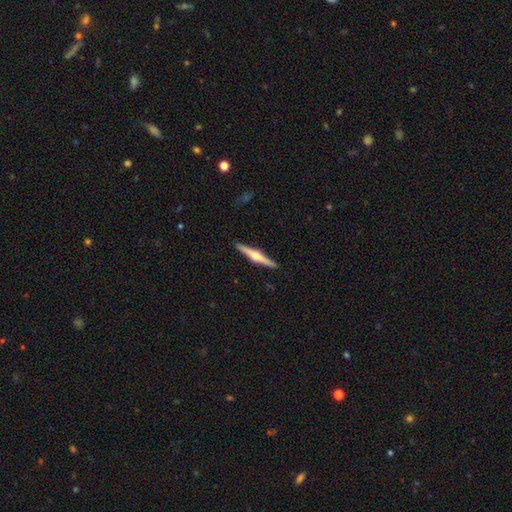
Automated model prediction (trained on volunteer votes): This appears to be a featured or disk galaxy (71%) viewed edge-on (98%) with a rounded central bulge (90%). Merging: none (91%).